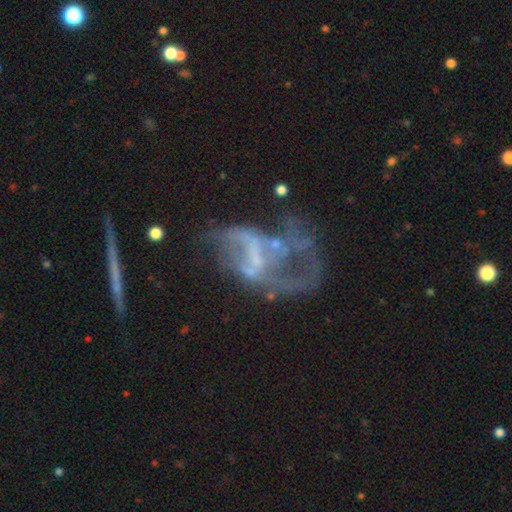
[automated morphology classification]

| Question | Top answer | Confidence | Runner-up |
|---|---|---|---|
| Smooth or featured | featured or disk | 71% | star or artifact (15%) |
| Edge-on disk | no | 97% | yes (3%) |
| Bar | no | 49% | weak (32%) |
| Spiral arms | no | 57% | yes (43%) |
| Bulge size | none | 59% | small (25%) |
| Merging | major disturbance | 45% | none (25%) |